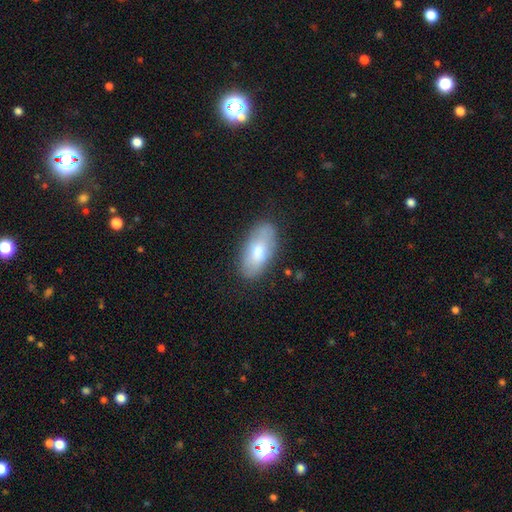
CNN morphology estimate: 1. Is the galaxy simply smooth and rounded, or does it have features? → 71% smooth, 23% featured or disk, 7% star or artifact.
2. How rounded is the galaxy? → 91% in between, 6% cigar-shaped, 3% round.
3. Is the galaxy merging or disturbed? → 80% none, 15% minor disturbance, 4% major disturbance, 2% merger.